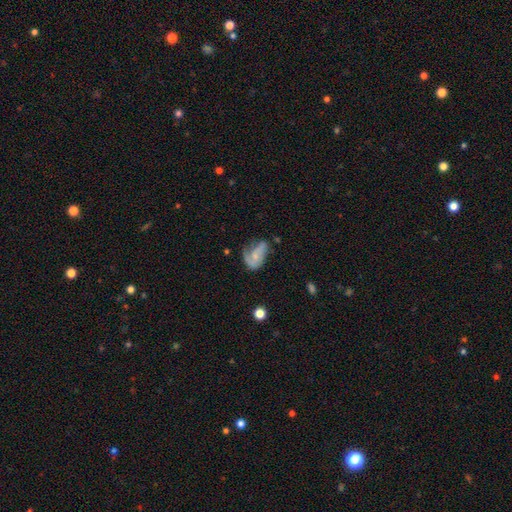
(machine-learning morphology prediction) Smooth or featured: featured or disk — 58% (smooth — 35%)
Edge-on disk: no — 97% (yes — 3%)
Bar: no — 66% (weak — 27%)
Spiral arms: yes — 77% (no — 23%)
Bulge size: small — 56% (moderate — 24%)
Merging: major disturbance — 35% (none — 30%)